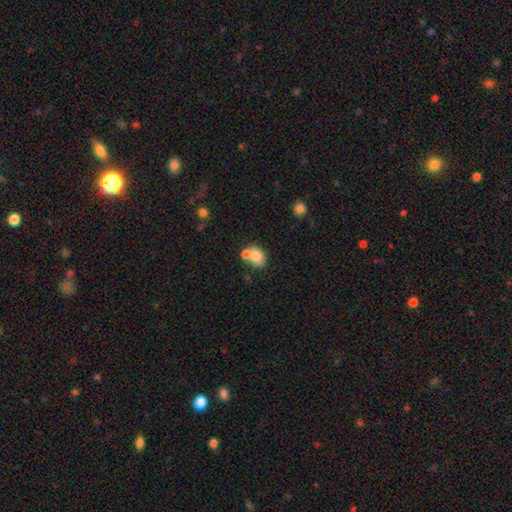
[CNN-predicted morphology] Smooth or featured?
  - smooth: 77% *
  - featured or disk: 14%
  - star or artifact: 9%
How rounded?
  - in between: 72% *
  - round: 27%
  - cigar-shaped: 1%
Merging?
  - merger: 43% *
  - none: 40%
  - minor disturbance: 12%
  - major disturbance: 5%